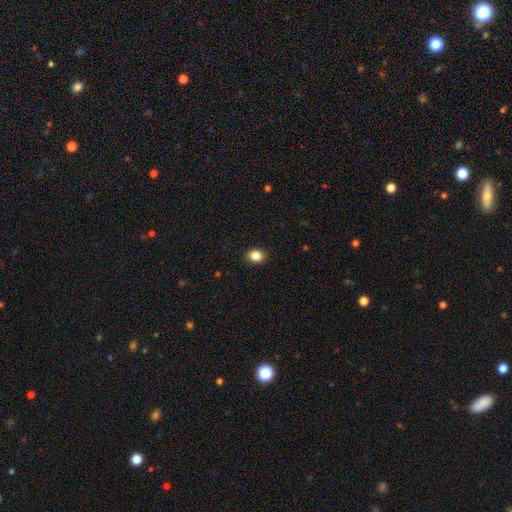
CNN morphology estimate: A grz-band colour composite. It shows a smooth galaxy with no disk features (86%) that is in between round and cigar-shaped (52%). Merging: none (90%).